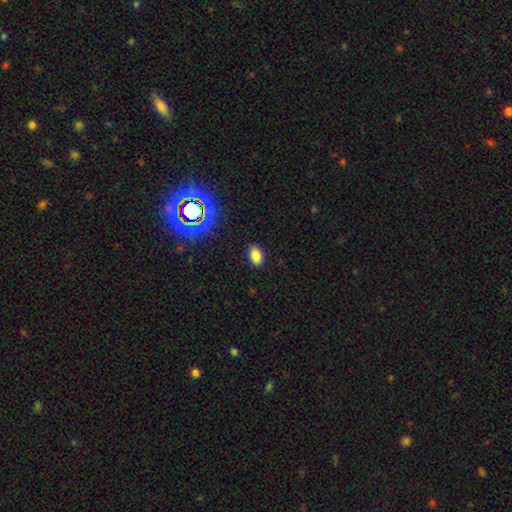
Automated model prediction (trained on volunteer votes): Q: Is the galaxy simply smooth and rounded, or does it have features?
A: smooth — 80%.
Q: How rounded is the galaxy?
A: in between — 86%.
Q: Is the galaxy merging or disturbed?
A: none — 88%.